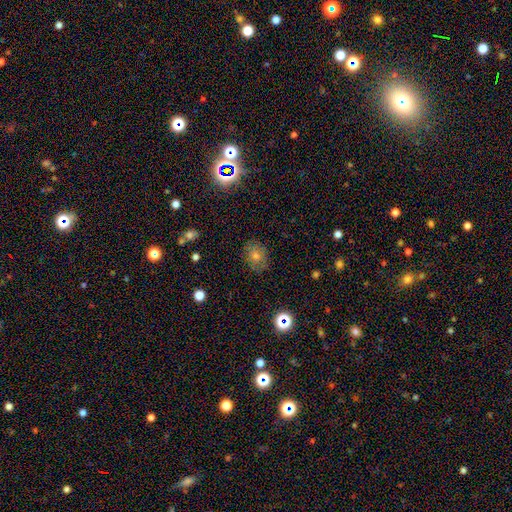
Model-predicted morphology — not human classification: smooth 44%, star or artifact 31%, featured or disk 25%. Down the decision tree: merging — none (80%).